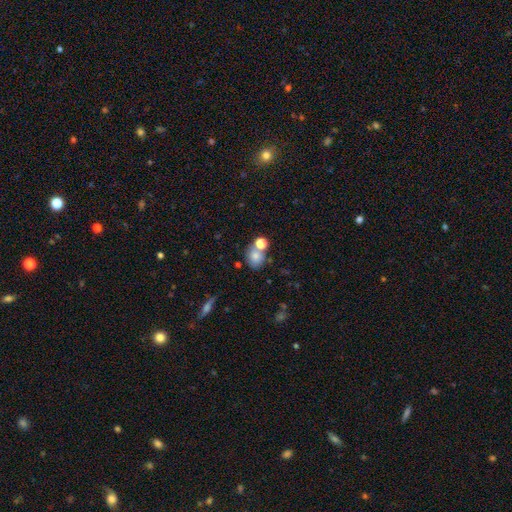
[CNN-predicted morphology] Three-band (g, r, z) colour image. It shows a smooth galaxy with no disk features (78%) that is round (63%). Merging: none (54%).